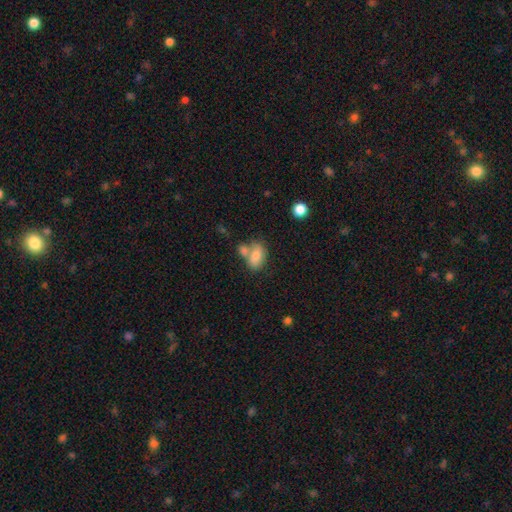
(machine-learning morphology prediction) A smooth galaxy with no disk features (80%) that is in between round and cigar-shaped (88%). Merging: merger (42%).